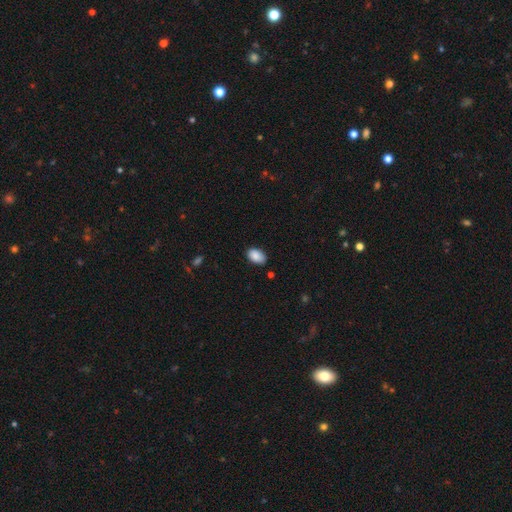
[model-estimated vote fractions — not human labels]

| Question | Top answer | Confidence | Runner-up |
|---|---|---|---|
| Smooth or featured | smooth | 89% | star or artifact (7%) |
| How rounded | in between | 92% | round (7%) |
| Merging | none | 82% | minor disturbance (14%) |